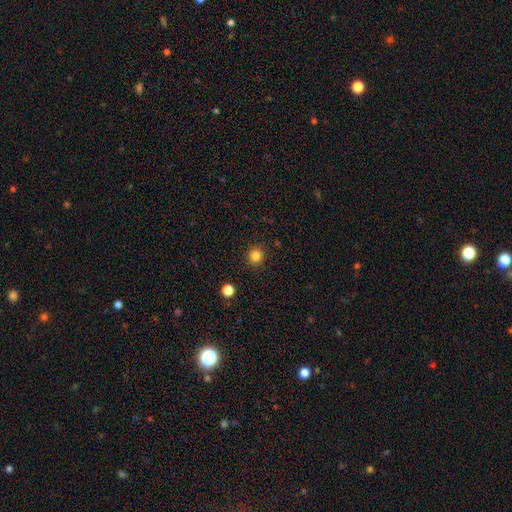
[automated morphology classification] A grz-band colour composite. It shows a smooth galaxy with no disk features (83%) that is round (92%). Merging: none (91%).